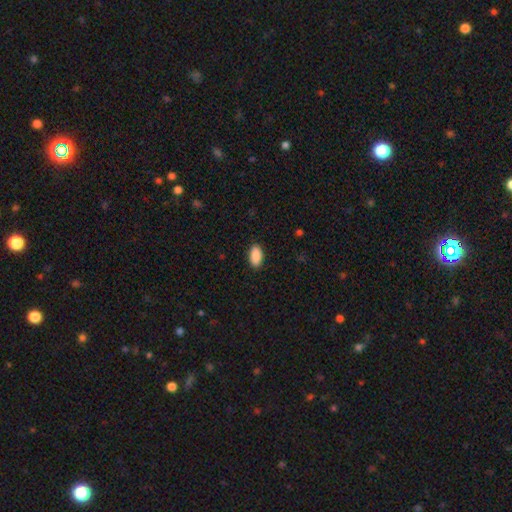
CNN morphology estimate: This appears to be a smooth galaxy with no disk features (91%) that is in between round and cigar-shaped (94%). Merging: none (90%).